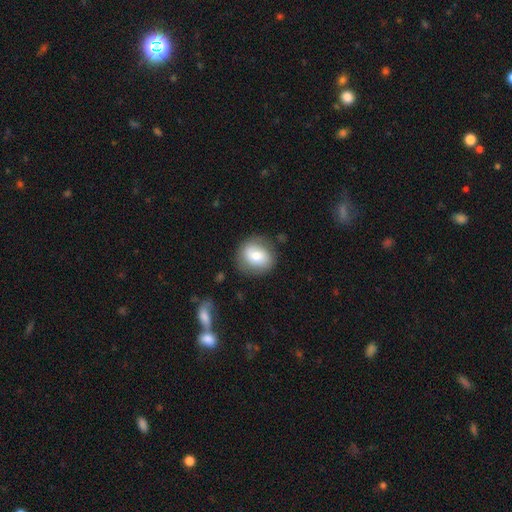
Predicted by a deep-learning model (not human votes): smooth_or_featured: smooth (p=0.71) [alt: featured or disk p=0.21]
how_rounded: round (p=0.73) [alt: in between p=0.26]
merging: none (p=0.78) [alt: minor disturbance p=0.15]